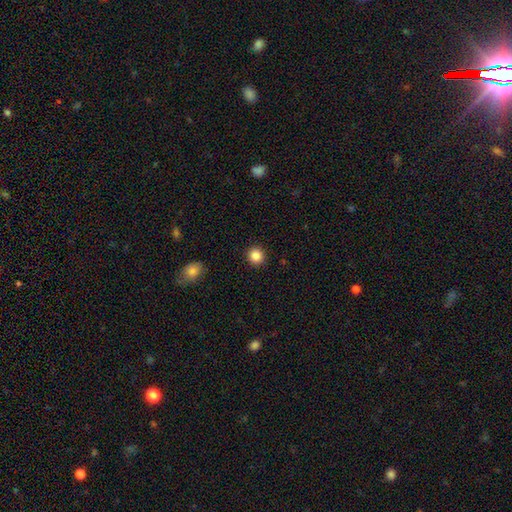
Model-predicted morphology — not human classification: This is clearly a smooth galaxy (86%). How rounded: clearly round (90%). Merging: clearly none (92%).